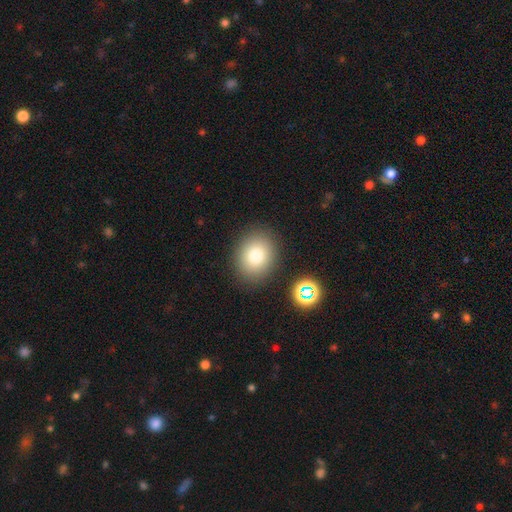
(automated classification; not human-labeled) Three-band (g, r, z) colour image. It shows a smooth galaxy with no disk features (79%) that is round (60%). Merging: none (86%).